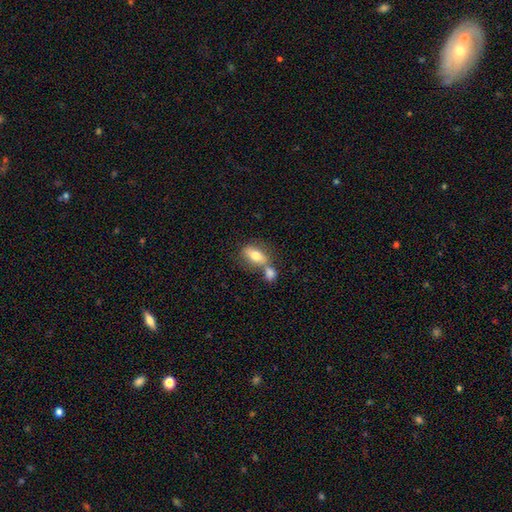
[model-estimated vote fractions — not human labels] Morphology: type=smooth (68%); roundness=in between (78%); merging=merger (44%).